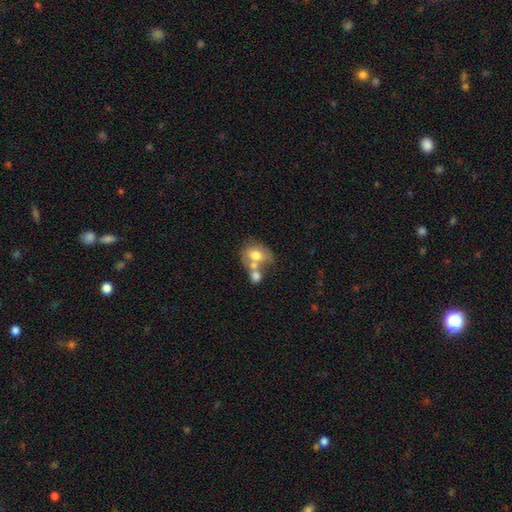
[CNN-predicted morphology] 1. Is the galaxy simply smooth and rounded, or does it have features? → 64% smooth, 27% featured or disk, 9% star or artifact.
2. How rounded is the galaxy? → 59% in between, 40% round, 1% cigar-shaped.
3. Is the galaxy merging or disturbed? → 56% merger, 25% none, 11% minor disturbance, 8% major disturbance.